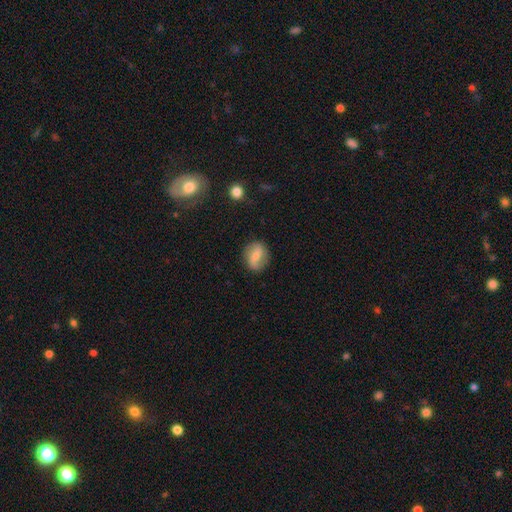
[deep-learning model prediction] The model was most divided on "smooth or featured": featured or disk: 47%, smooth: 45%, star or artifact: 8%. More confident: merging — none (81%).